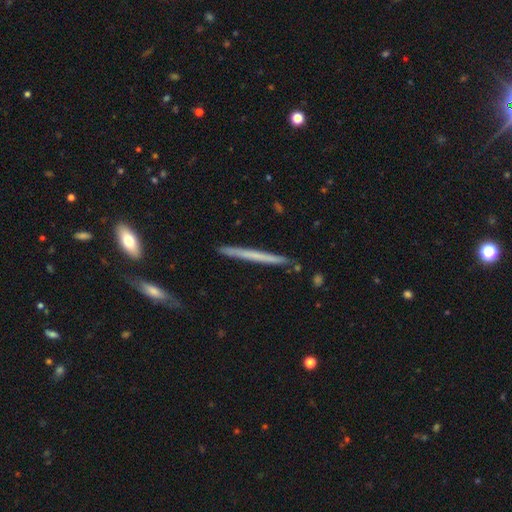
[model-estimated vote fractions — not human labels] Smooth or featured?
  - featured or disk: 48% *
  - smooth: 47%
  - star or artifact: 6%
Merging?
  - none: 90% *
  - minor disturbance: 7%
  - merger: 2%
  - major disturbance: 1%